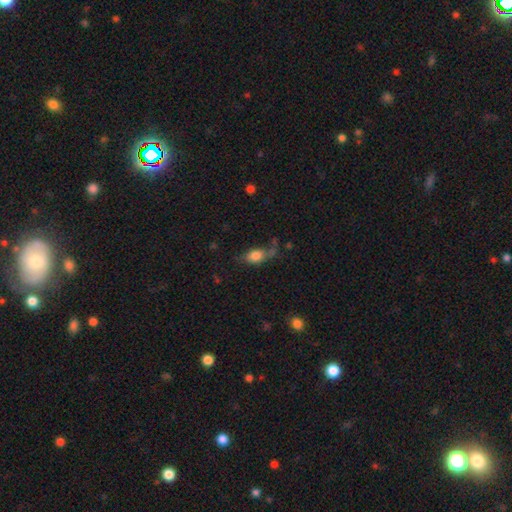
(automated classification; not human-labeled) Smooth or featured: smooth — 75% (featured or disk — 15%)
How rounded: in between — 77% (round — 17%)
Merging: none — 44% (minor disturbance — 27%)